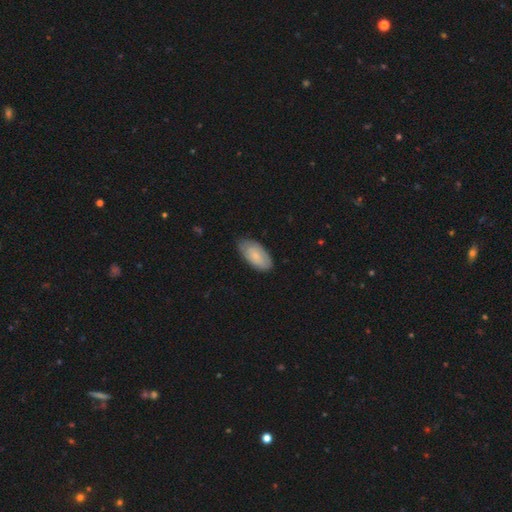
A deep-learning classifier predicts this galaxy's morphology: type=smooth (68%); roundness=in between (94%); merging=none (72%).